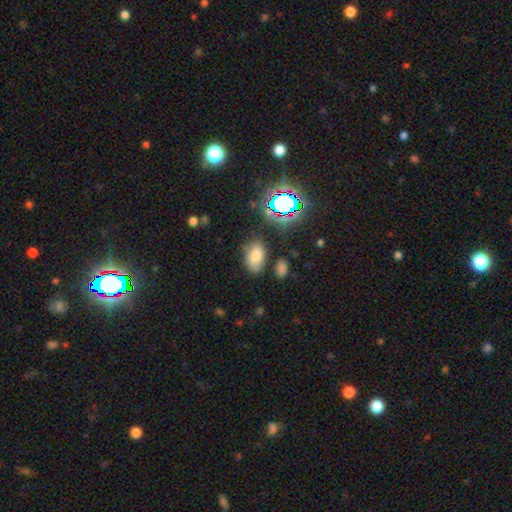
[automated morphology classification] This is likely a smooth galaxy (70%). How rounded: clearly in between (90%). Merging: likely none (72%).